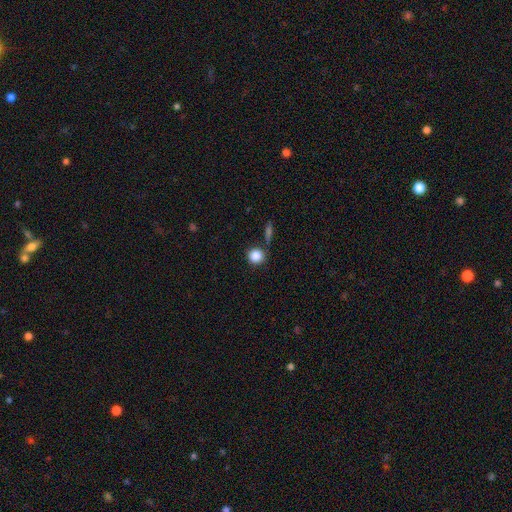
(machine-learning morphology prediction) smooth 86%, star or artifact 9%, featured or disk 5%. Down the decision tree: how rounded — round (90%); merging — none (79%).